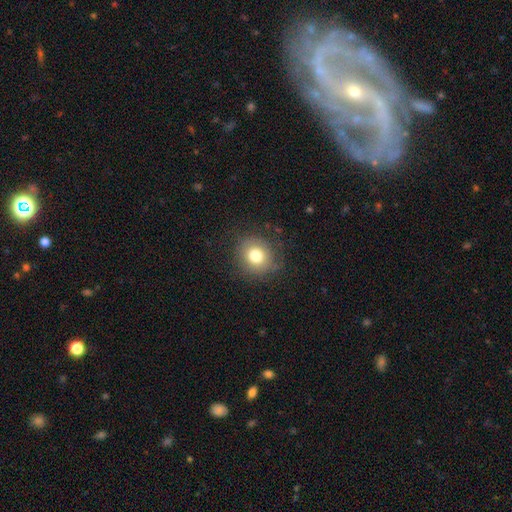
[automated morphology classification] Smooth or featured?
  - smooth: 77% *
  - featured or disk: 12%
  - star or artifact: 11%
How rounded?
  - round: 85% *
  - in between: 14%
  - cigar-shaped: 1%
Merging?
  - none: 81% *
  - minor disturbance: 13%
  - major disturbance: 5%
  - merger: 1%